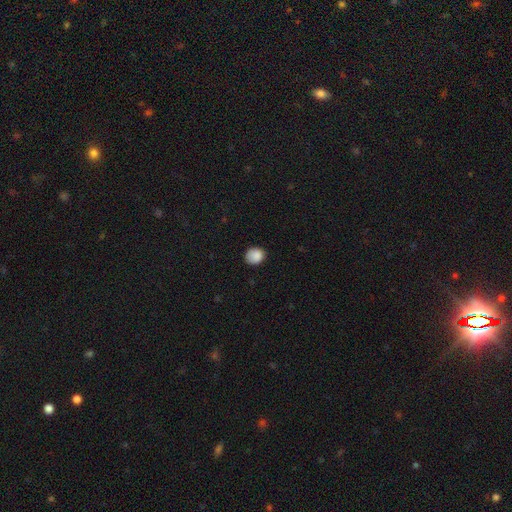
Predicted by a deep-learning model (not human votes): smooth-or-featured: smooth: 87% | star or artifact: 9% | featured or disk: 4%
  how-rounded: round: 74% | in between: 25% | cigar-shaped: 1%
  merging: none: 78% | minor disturbance: 18% | major disturbance: 3% | merger: 1%